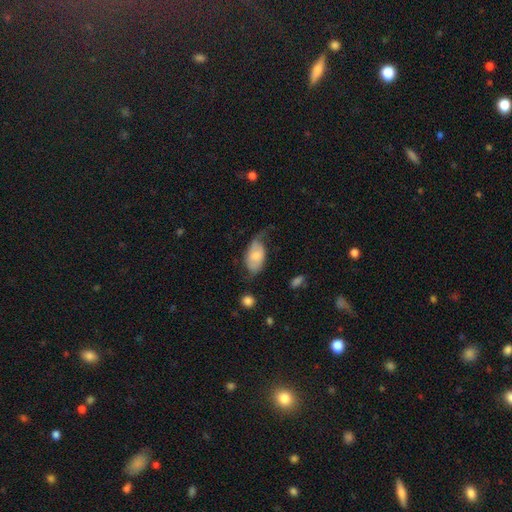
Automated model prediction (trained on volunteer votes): The model was most divided on "merging": none: 35%, minor disturbance: 33%, major disturbance: 28%, merger: 3%. More confident: how rounded — in between (92%); smooth or featured — smooth (55%).